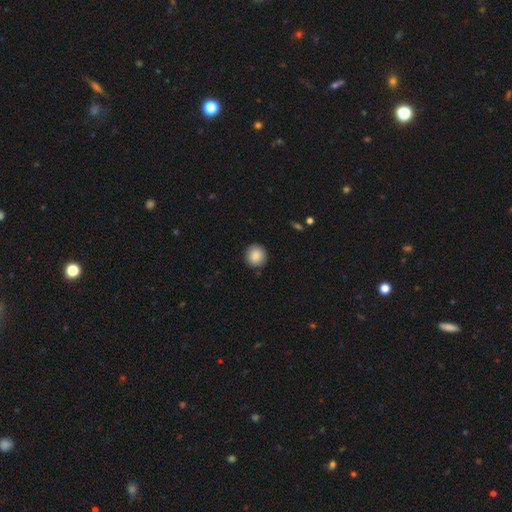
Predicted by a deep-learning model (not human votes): Q: Smooth or featured?
A: smooth (89%); runner-up: star or artifact (8%)
Q: How rounded?
A: round (93%); runner-up: in between (6%)
Q: Merging?
A: none (90%); runner-up: minor disturbance (7%)